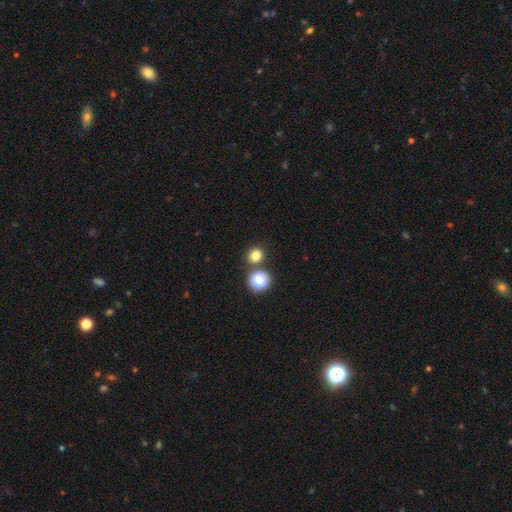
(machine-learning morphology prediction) Smooth or featured: smooth — 80% (star or artifact — 13%)
How rounded: round — 84% (in between — 15%)
Merging: none — 68% (merger — 22%)